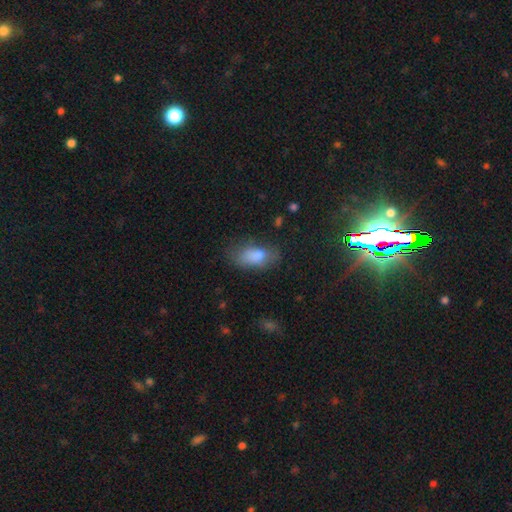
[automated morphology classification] A smooth galaxy with no disk features (77%) that is in between round and cigar-shaped (88%). Merging: none (56%).